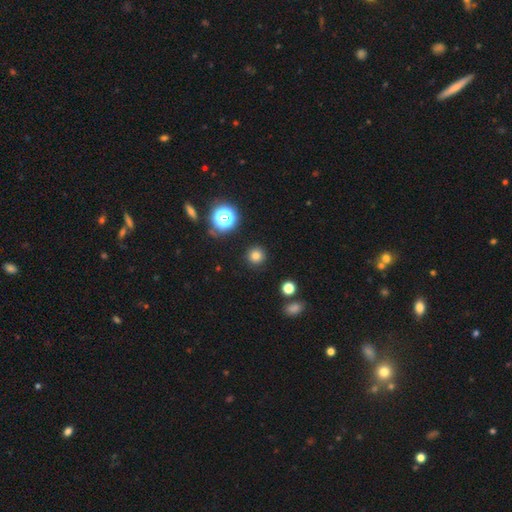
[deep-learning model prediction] Smooth or featured? smooth (77%)
How rounded? round (95%)
Merging? none (91%)